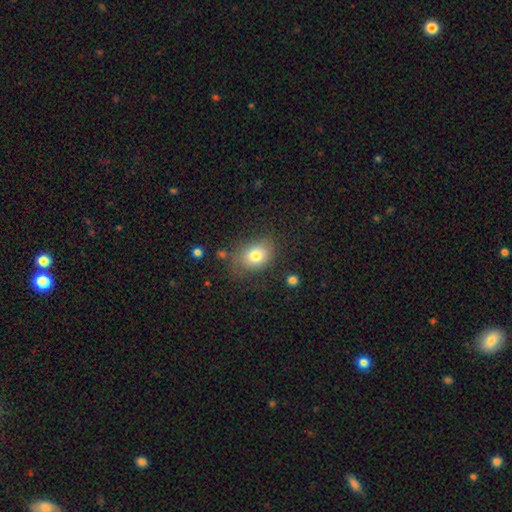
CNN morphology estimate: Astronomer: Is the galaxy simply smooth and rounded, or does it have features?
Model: smooth — 78%.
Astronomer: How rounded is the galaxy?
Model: in between — 63%.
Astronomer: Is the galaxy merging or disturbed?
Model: none — 70%.